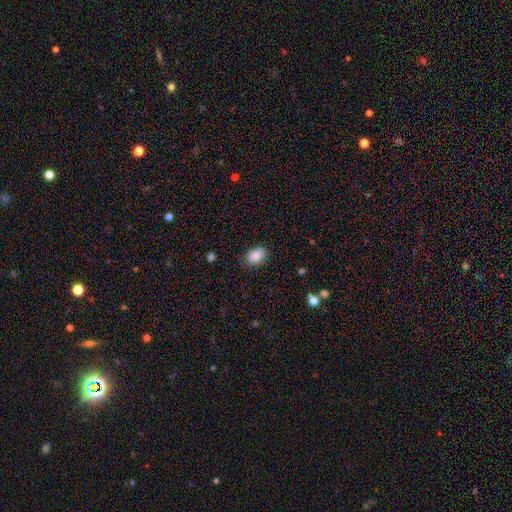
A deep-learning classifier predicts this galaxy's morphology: Overall: smooth (88%). How rounded: in between (83%). Merging: none (81%).